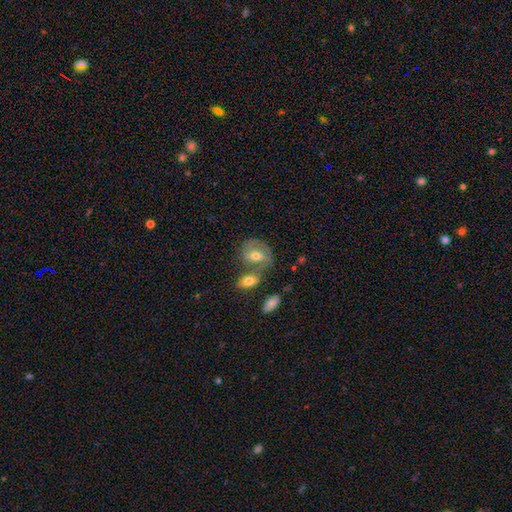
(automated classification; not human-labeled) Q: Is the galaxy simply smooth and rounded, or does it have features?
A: smooth — 49%.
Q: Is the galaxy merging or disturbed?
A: none — 43%.